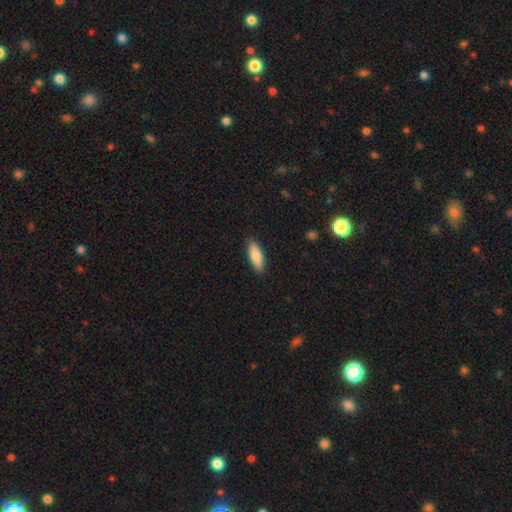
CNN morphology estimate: Overall: smooth (84%). How rounded: in between (55%; cigar-shaped 43%). Merging: none (88%).